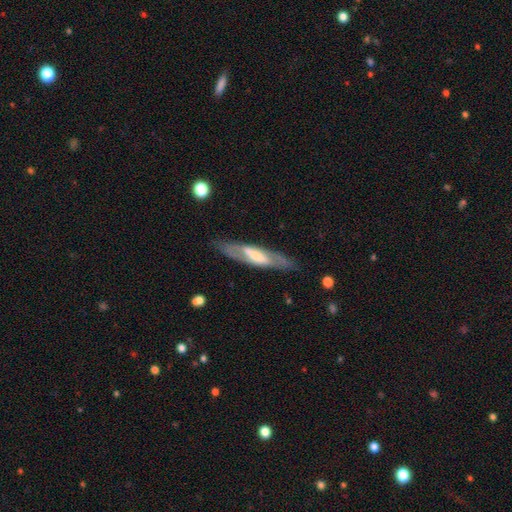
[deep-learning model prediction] Smooth or featured? Predicted: featured or disk (p=0.62). Edge-on disk? Predicted: no (p=0.56). Merging? Predicted: none (p=0.79).